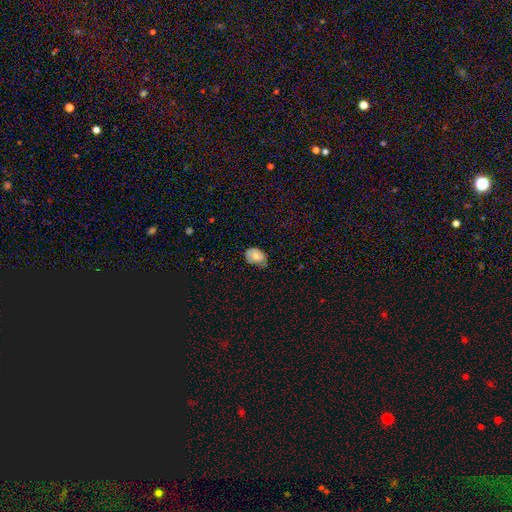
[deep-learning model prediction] This appears to be a smooth galaxy with no disk features (75%) that is in between round and cigar-shaped (80%). Merging: none (51%).